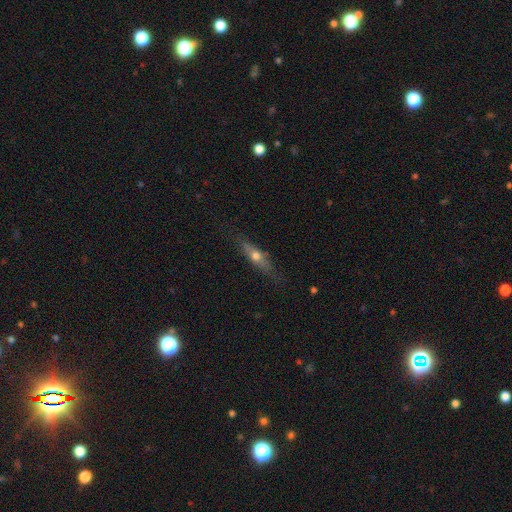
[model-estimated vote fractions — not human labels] The model was most divided on "smooth or featured": featured or disk: 56%, smooth: 37%, star or artifact: 7%. More confident: edge-on disk — yes (88%); merging — none (81%).